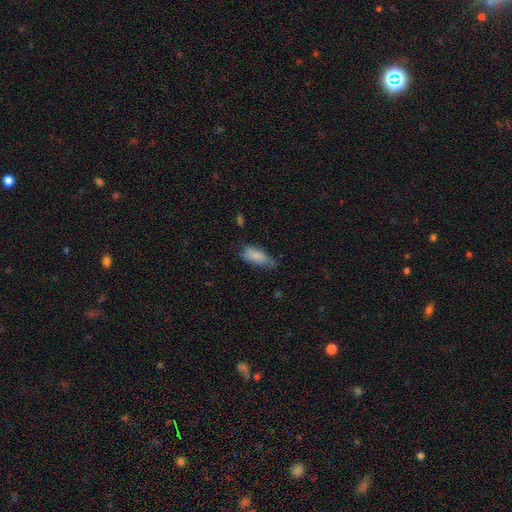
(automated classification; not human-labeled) Smooth or featured? smooth (83%)
How rounded? in between (85%)
Merging? none (50%)